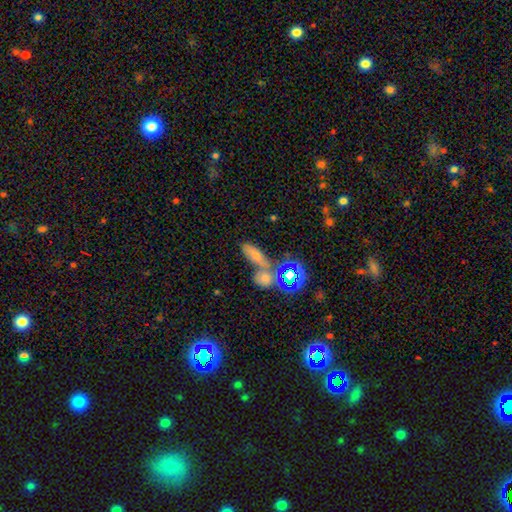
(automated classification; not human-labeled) This appears to be a smooth galaxy with no disk features (51%) that is in between round and cigar-shaped (57%). Merging: none (45%).